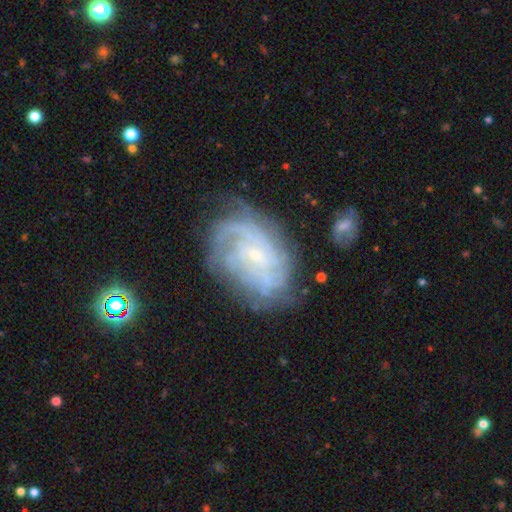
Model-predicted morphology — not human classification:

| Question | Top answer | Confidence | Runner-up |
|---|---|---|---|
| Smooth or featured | featured or disk | 81% | smooth (11%) |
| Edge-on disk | no | 97% | yes (3%) |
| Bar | no | 59% | weak (34%) |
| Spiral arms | yes | 92% | no (8%) |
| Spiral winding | tight | 58% | medium (31%) |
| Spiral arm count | can't tell | 42% | 3 (16%) |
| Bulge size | small | 82% | moderate (11%) |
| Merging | none | 62% | minor disturbance (22%) |